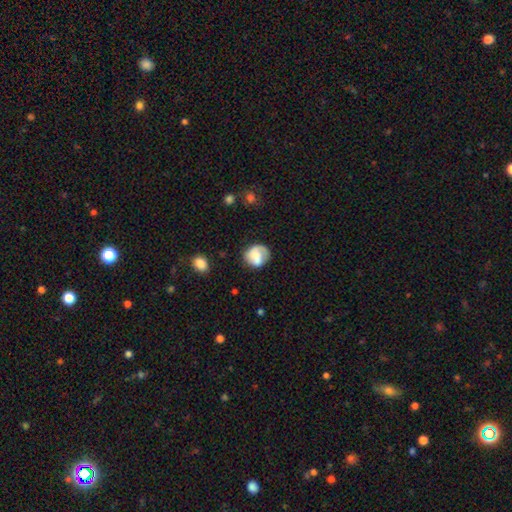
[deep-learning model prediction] This is possibly a smooth galaxy (56%). How rounded: likely round (73%). Merging: likely none (60%).